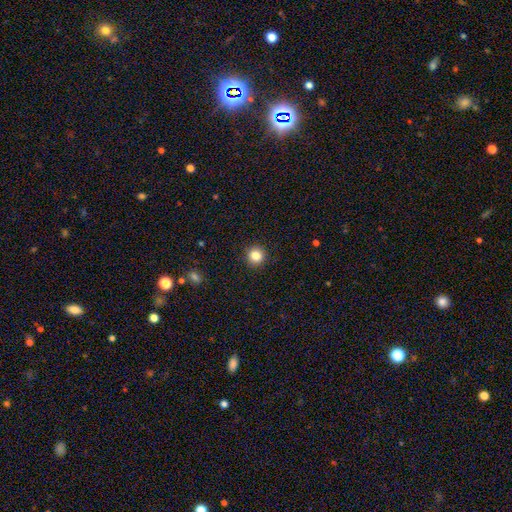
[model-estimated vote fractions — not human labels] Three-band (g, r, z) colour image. It shows a smooth galaxy with no disk features (85%) that is round (93%). Merging: none (92%).